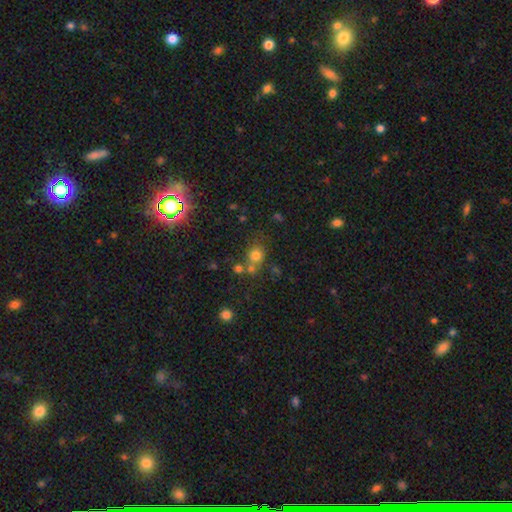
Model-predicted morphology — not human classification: Smooth or featured: smooth — 71% (star or artifact — 18%)
How rounded: round — 80% (in between — 19%)
Merging: none — 56% (merger — 28%)